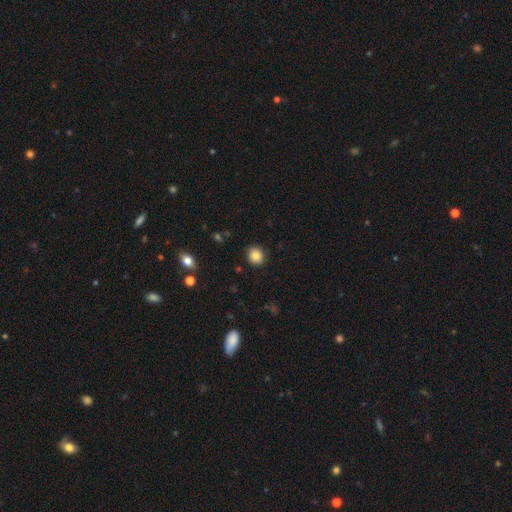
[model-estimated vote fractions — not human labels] smooth-or-featured: smooth: 85% | star or artifact: 9% | featured or disk: 5%
  how-rounded: round: 76% | in between: 23% | cigar-shaped: 1%
  merging: none: 88% | minor disturbance: 8% | major disturbance: 2% | merger: 1%